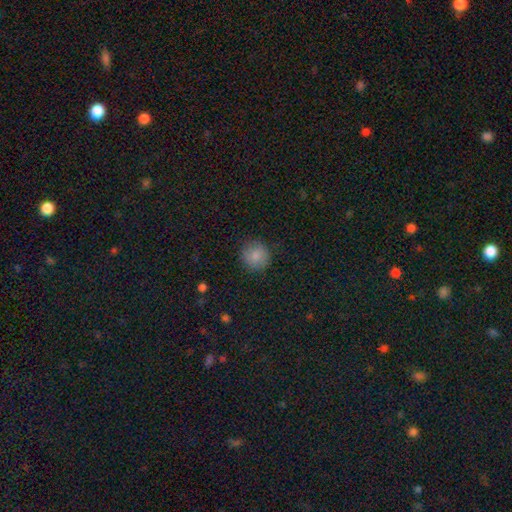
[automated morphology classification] Smooth or featured: smooth — 86% (star or artifact — 9%)
How rounded: round — 94% (in between — 6%)
Merging: none — 88% (minor disturbance — 8%)